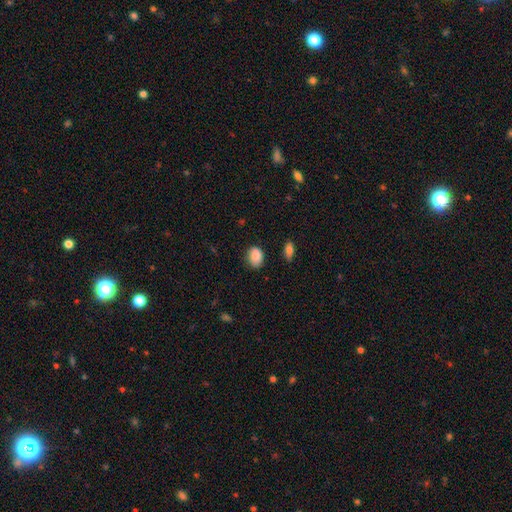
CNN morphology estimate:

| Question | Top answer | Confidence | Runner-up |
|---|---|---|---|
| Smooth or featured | smooth | 87% | star or artifact (8%) |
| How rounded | in between | 71% | round (28%) |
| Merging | none | 72% | minor disturbance (22%) |